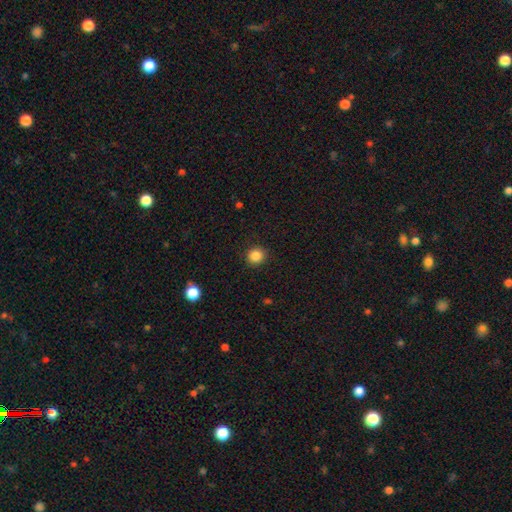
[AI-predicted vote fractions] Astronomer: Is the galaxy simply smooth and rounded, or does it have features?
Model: smooth — 85%.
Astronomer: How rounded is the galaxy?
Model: round — 89%.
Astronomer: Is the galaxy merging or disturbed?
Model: none — 91%.